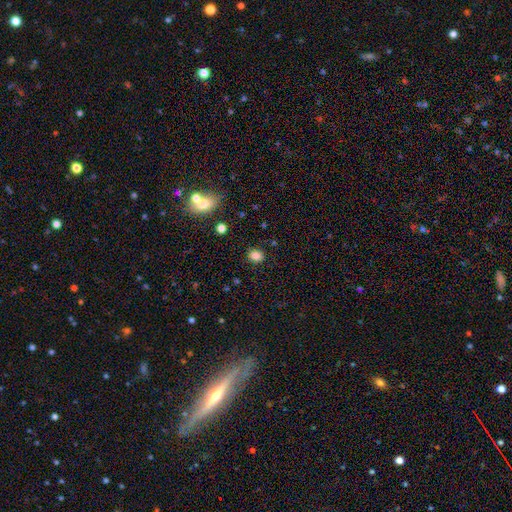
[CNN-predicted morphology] Smooth or featured? smooth (83%)
How rounded? round (60%)
Merging? none (86%)